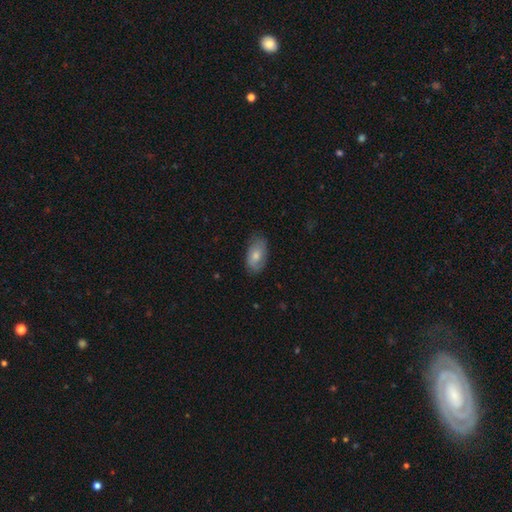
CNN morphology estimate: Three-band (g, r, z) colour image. It shows a smooth galaxy with no disk features (68%) that is in between round and cigar-shaped (93%). Merging: none (74%).